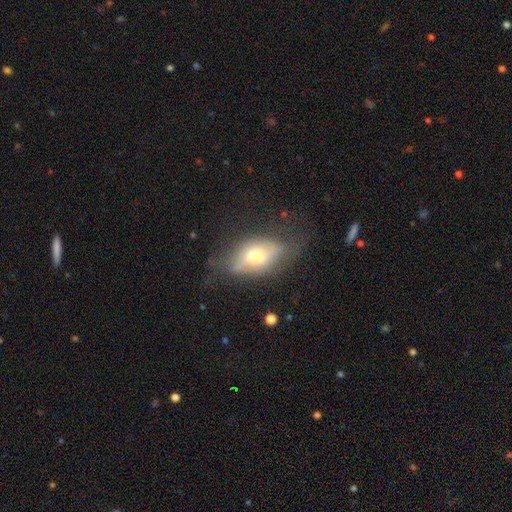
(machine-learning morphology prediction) Smooth or featured?
  - smooth: 50% *
  - featured or disk: 39%
  - star or artifact: 11%
How rounded?
  - in between: 85% *
  - round: 8%
  - cigar-shaped: 7%
Merging?
  - none: 59% *
  - minor disturbance: 26%
  - major disturbance: 14%
  - merger: 2%